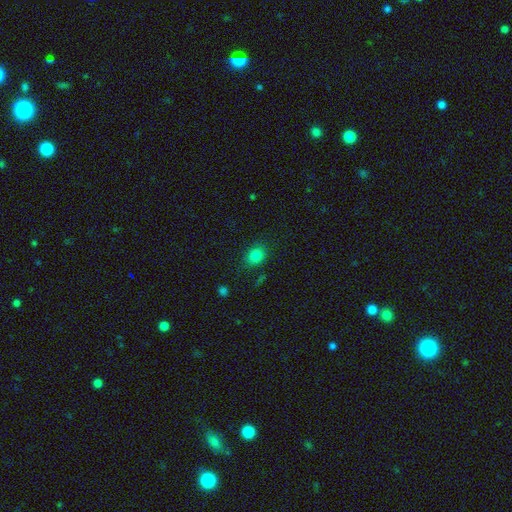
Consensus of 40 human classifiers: smooth 82%, featured or disk 10%, star or artifact 8%. Down the decision tree: how rounded — in between (70%); merging — none (81%).